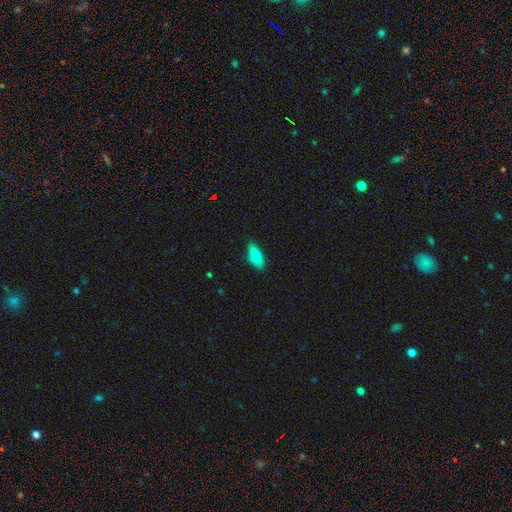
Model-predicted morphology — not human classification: smooth 78%, featured or disk 15%, star or artifact 6%. Down the decision tree: how rounded — in between (75%); merging — none (83%).